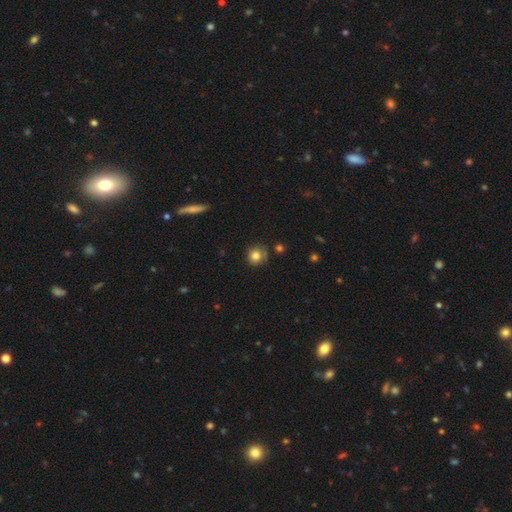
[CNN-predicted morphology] This is clearly a smooth galaxy (81%). How rounded: clearly round (89%). Merging: likely none (74%).